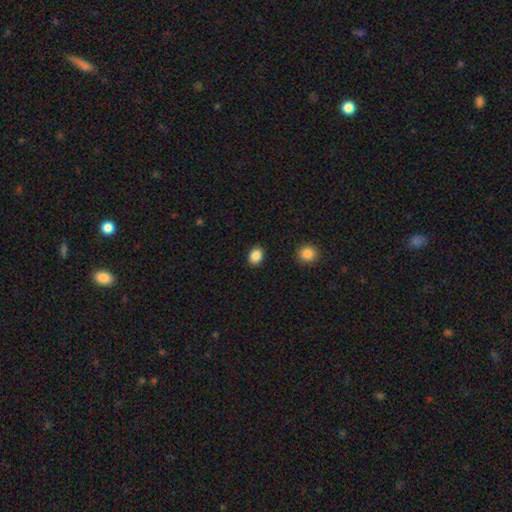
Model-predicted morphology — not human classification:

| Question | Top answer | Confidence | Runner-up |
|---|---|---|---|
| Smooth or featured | smooth | 87% | star or artifact (9%) |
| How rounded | in between | 58% | round (41%) |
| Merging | none | 90% | minor disturbance (7%) |